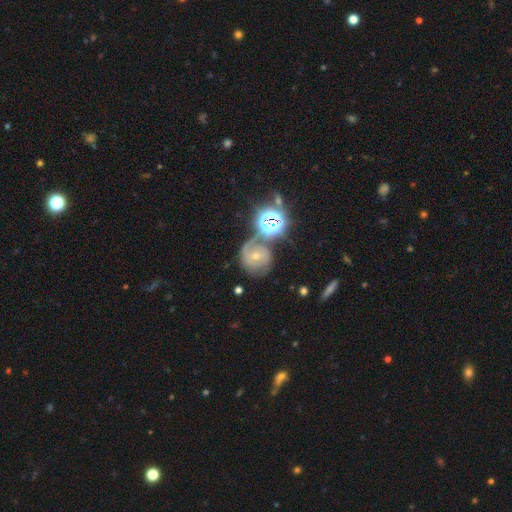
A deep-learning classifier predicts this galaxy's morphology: Overall: featured or disk (58%; smooth 23%). Edge-on disk: no (97%). Bar: no (58%; weak 30%). Spiral arms: yes (85%). Bulge size: small (53%; moderate 42%). Merging: none (55%; minor disturbance 18%).